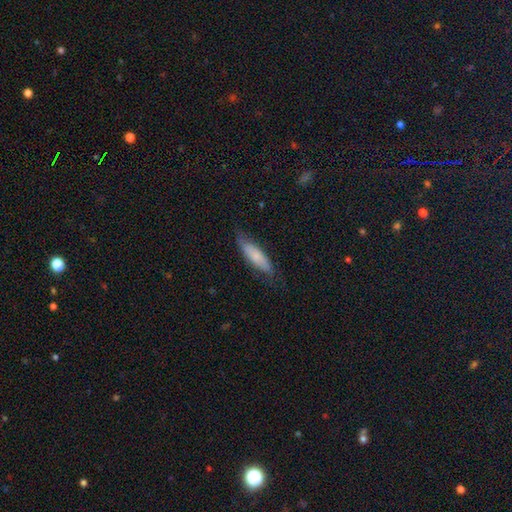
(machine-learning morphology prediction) A smooth galaxy with no disk features (68%) that is cigar-shaped (54%). Merging: none (71%).